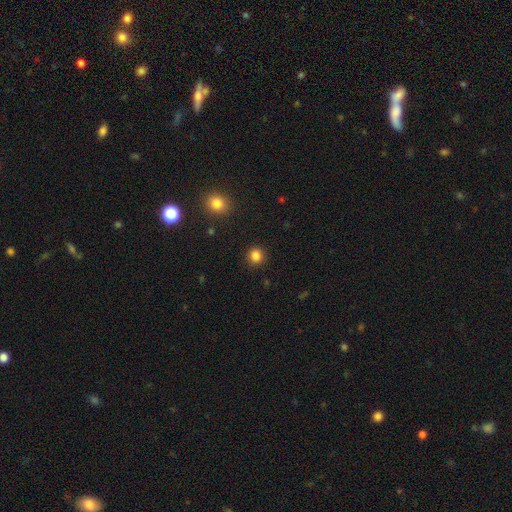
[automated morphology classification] Smooth or featured: smooth — 84% (star or artifact — 12%)
How rounded: round — 91% (in between — 8%)
Merging: none — 91% (minor disturbance — 5%)